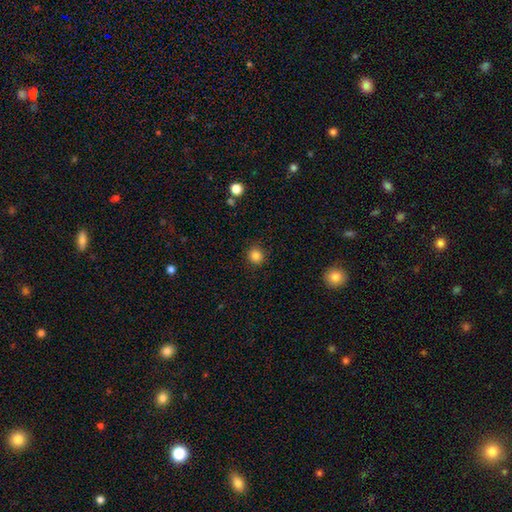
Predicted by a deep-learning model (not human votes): A smooth galaxy with no disk features (84%) that is round (91%). Merging: none (90%).